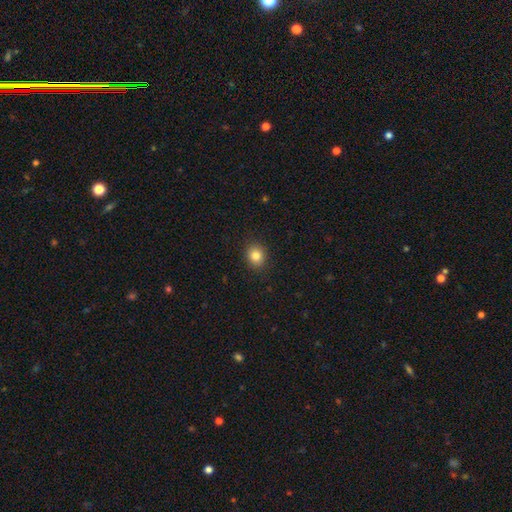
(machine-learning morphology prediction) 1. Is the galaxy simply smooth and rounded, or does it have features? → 84% smooth, 11% star or artifact, 6% featured or disk.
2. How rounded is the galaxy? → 71% round, 28% in between, 1% cigar-shaped.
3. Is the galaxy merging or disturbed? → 90% none, 7% minor disturbance, 2% major disturbance, 1% merger.